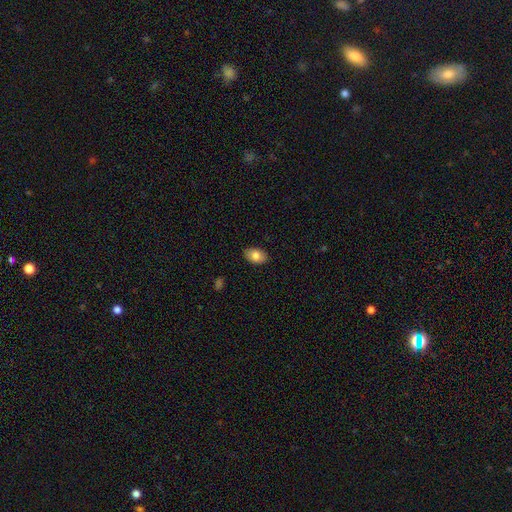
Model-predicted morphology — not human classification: smooth-or-featured: smooth: 81% | featured or disk: 12% | star or artifact: 7%
  how-rounded: in between: 89% | round: 10% | cigar-shaped: 1%
  merging: none: 88% | minor disturbance: 9% | major disturbance: 2% | merger: 1%